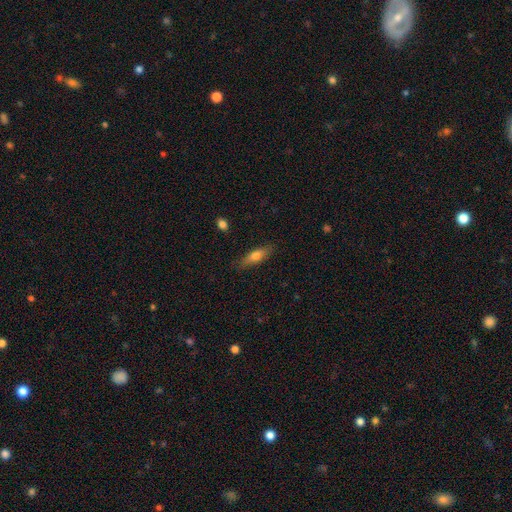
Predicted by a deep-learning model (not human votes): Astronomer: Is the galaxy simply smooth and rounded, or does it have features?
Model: smooth — 68%.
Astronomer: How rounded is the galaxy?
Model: cigar-shaped — 54% (runner-up: in between, 44%).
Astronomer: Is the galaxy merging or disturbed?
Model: none — 83%.